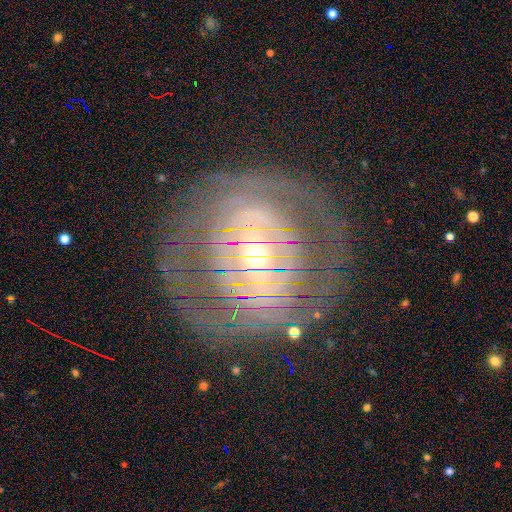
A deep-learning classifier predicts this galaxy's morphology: A featured or disk galaxy (78%) with no bar (44%), spiral arms (66%) and a moderate central bulge (51%). Merging: none (73%).